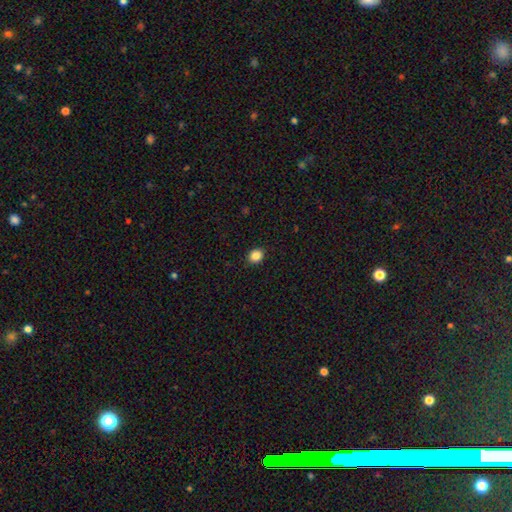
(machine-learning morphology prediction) This appears to be a smooth galaxy with no disk features (86%) that is round (65%). Merging: none (91%).